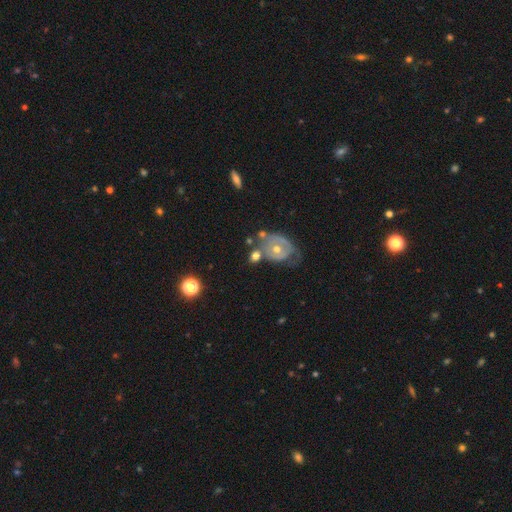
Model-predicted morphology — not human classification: A featured or disk galaxy (46%).

Vote fractions:
- Smooth or featured? featured or disk: 46% / smooth: 44% / star or artifact: 10%
- Merging? none: 44% / minor disturbance: 22% / merger: 21% / major disturbance: 13%